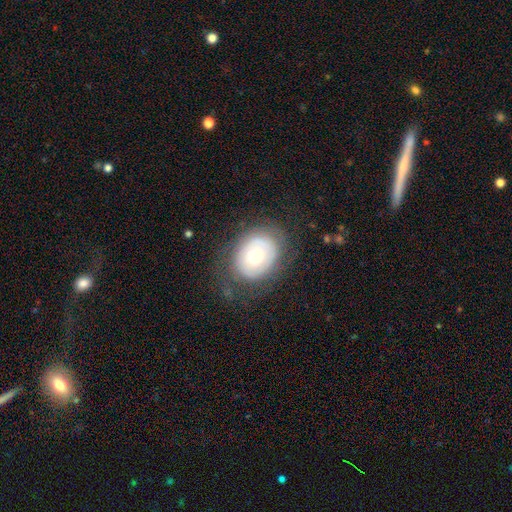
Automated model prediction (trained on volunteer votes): Smooth or featured: smooth — 50% (featured or disk — 42%)
Merging: none — 69% (minor disturbance — 19%)